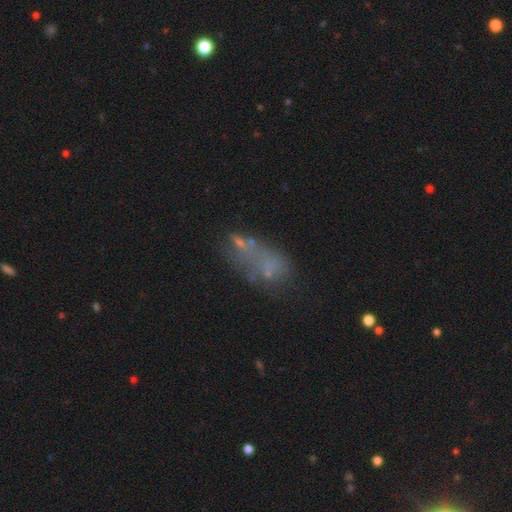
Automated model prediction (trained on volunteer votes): smooth-or-featured: smooth: 41% | featured or disk: 32% | star or artifact: 27%
  merging: none: 41% | merger: 24% | major disturbance: 18% | minor disturbance: 17%